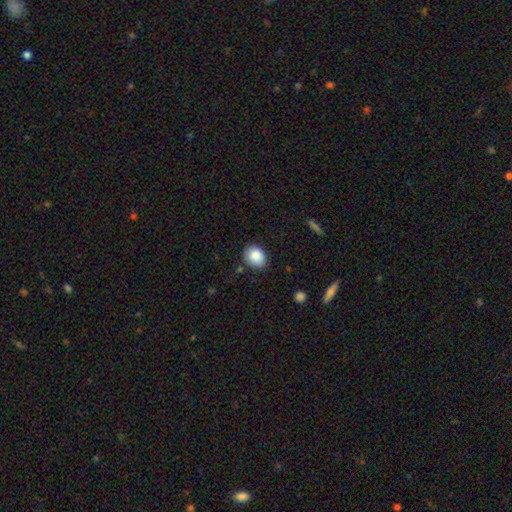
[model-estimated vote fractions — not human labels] Smooth or featured: smooth — 88% (star or artifact — 8%)
How rounded: in between — 56% (round — 43%)
Merging: none — 80% (minor disturbance — 15%)